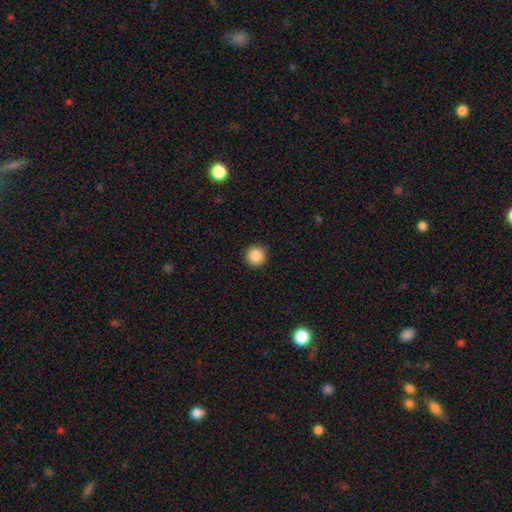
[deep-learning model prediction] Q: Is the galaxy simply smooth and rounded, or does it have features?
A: smooth — 87%.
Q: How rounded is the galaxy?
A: round — 95%.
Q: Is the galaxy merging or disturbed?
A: none — 92%.